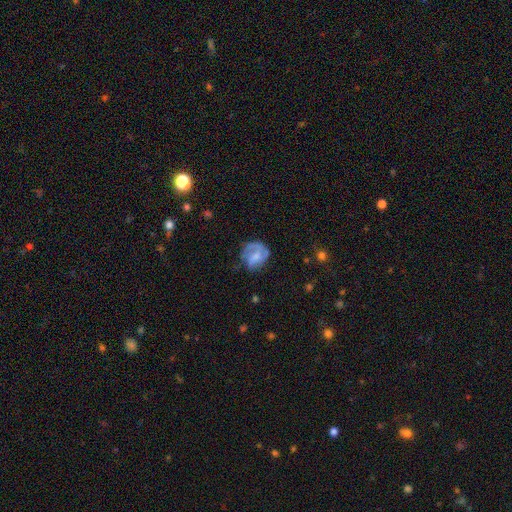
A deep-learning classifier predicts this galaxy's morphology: Smooth or featured? Predicted: featured or disk (p=0.53). Edge-on disk? Predicted: no (p=0.98). Bar? Predicted: no (p=0.54). Spiral arms? Predicted: yes (p=0.68). Bulge size? Predicted: none (p=0.32). Merging? Predicted: none (p=0.47).